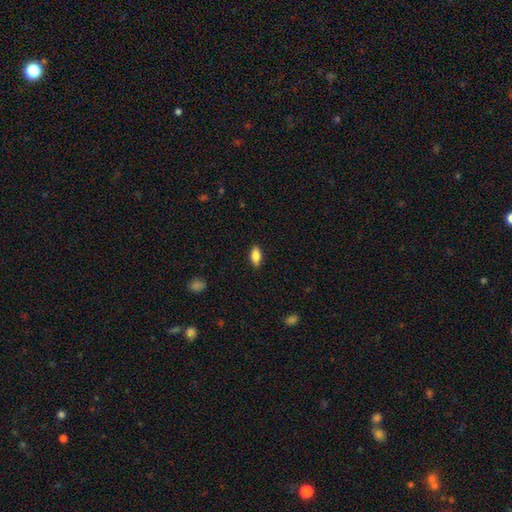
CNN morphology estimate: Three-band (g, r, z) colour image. It shows a smooth galaxy with no disk features (83%) that is in between round and cigar-shaped (85%). Merging: none (87%).